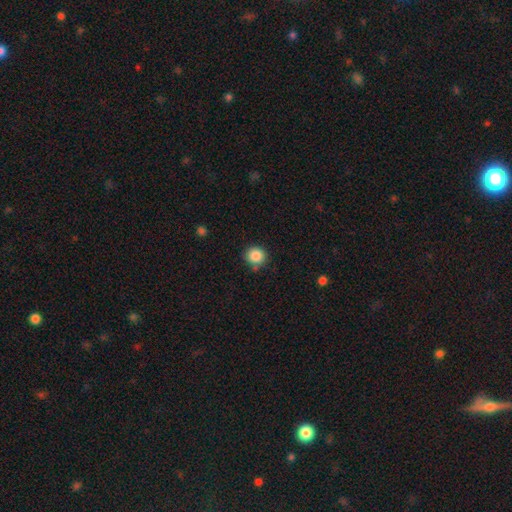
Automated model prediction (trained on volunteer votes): Overall: smooth (86%). How rounded: round (89%). Merging: none (79%).